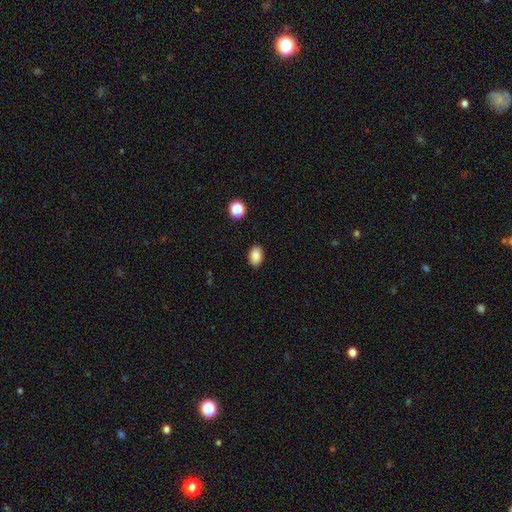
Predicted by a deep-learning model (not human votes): This appears to be a smooth galaxy with no disk features (87%) that is in between round and cigar-shaped (85%). Merging: none (88%).